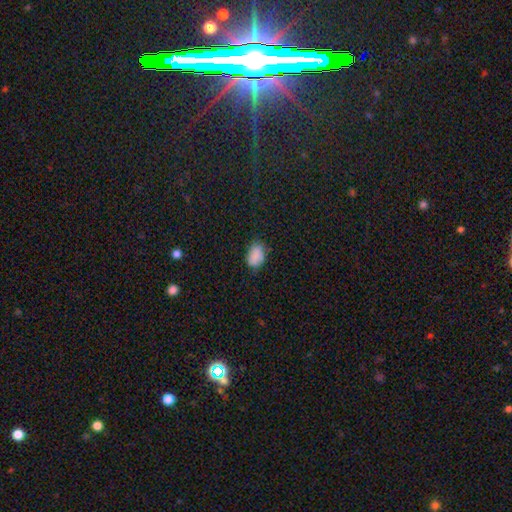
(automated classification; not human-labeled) Smooth or featured? Predicted: smooth (p=0.85). How rounded? Predicted: in between (p=0.88). Merging? Predicted: none (p=0.69).